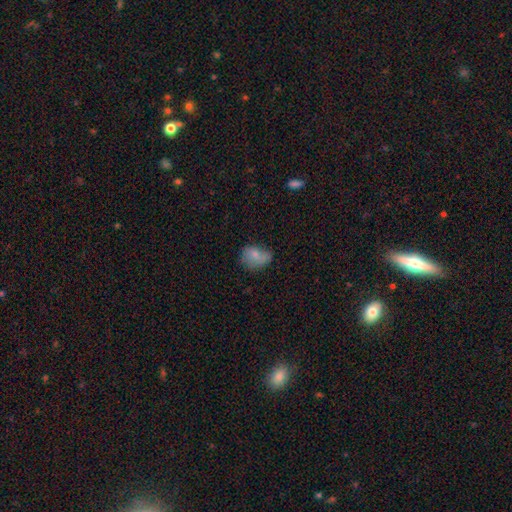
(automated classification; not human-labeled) Morphology: type=smooth (75%); roundness=in between (66%); merging=none (44%).